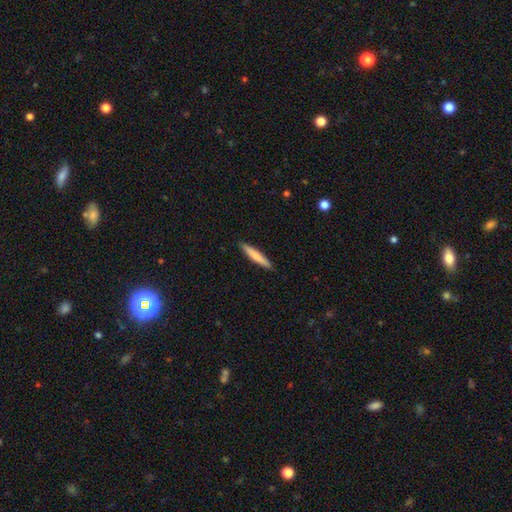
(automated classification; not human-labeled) Overall: smooth (73%). How rounded: cigar-shaped (93%). Merging: none (91%).